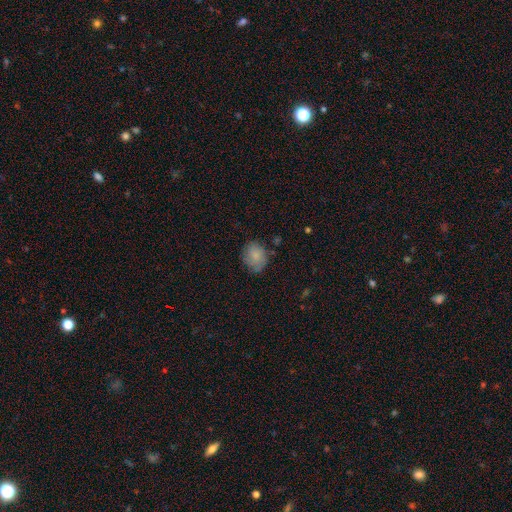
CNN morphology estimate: smooth_or_featured: smooth (p=0.80) [alt: featured or disk p=0.12]
how_rounded: round (p=0.53) [alt: in between p=0.46]
merging: none (p=0.70) [alt: minor disturbance p=0.22]